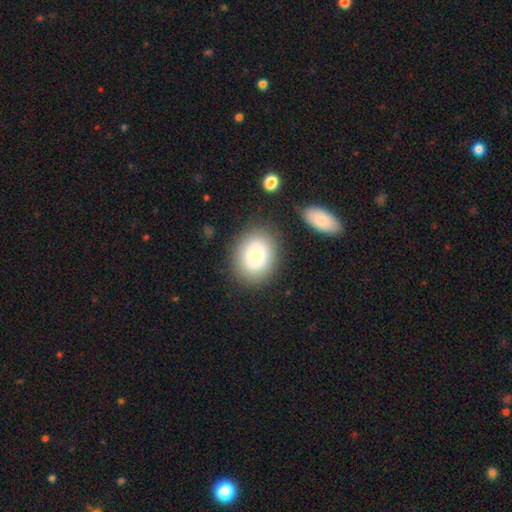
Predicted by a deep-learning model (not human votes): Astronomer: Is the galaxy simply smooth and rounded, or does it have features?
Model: smooth — 79%.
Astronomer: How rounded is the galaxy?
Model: round — 50% (runner-up: in between, 49%).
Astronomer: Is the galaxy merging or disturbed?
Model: none — 82%.